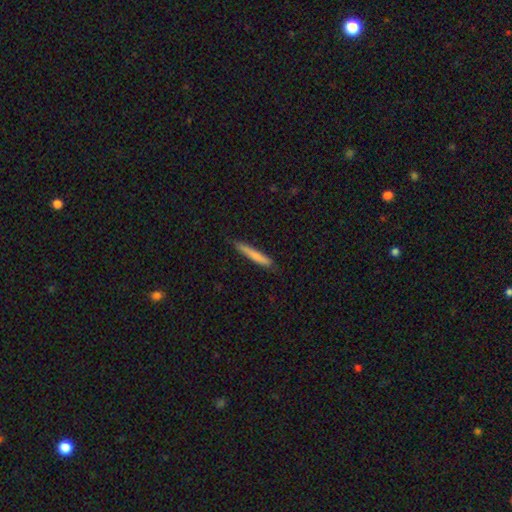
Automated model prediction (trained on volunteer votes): Smooth or featured? smooth (74%)
How rounded? cigar-shaped (95%)
Merging? none (80%)